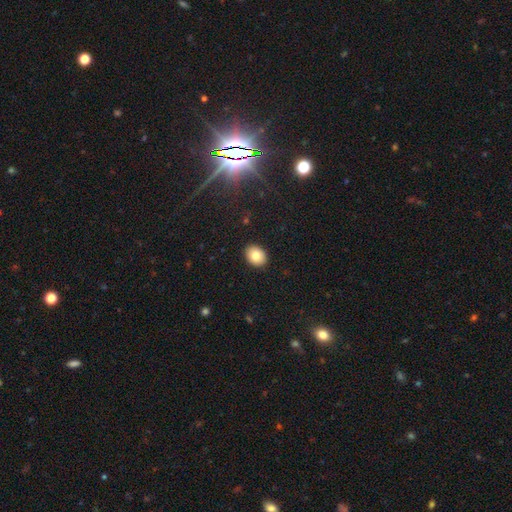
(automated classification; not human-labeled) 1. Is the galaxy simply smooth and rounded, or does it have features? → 82% smooth, 9% featured or disk, 9% star or artifact.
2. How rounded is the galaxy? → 54% in between, 45% round, 1% cigar-shaped.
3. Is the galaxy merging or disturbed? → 91% none, 6% minor disturbance, 2% major disturbance, 1% merger.